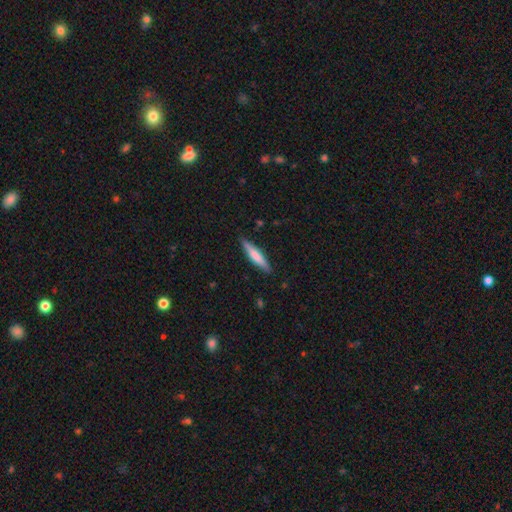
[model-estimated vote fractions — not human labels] A smooth galaxy with no disk features (62%) that is cigar-shaped (86%).

Vote fractions:
- Smooth or featured? smooth: 62% / featured or disk: 32% / star or artifact: 6%
- How rounded? cigar-shaped: 86% / in between: 13% / round: 1%
- Merging? none: 88% / minor disturbance: 9% / major disturbance: 2% / merger: 1%